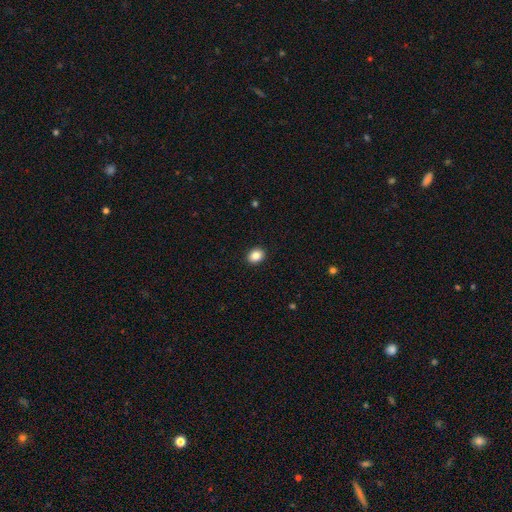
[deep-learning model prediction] Q: Smooth or featured?
A: smooth (86%); runner-up: star or artifact (9%)
Q: How rounded?
A: in between (51%); runner-up: round (48%)
Q: Merging?
A: none (92%); runner-up: minor disturbance (6%)